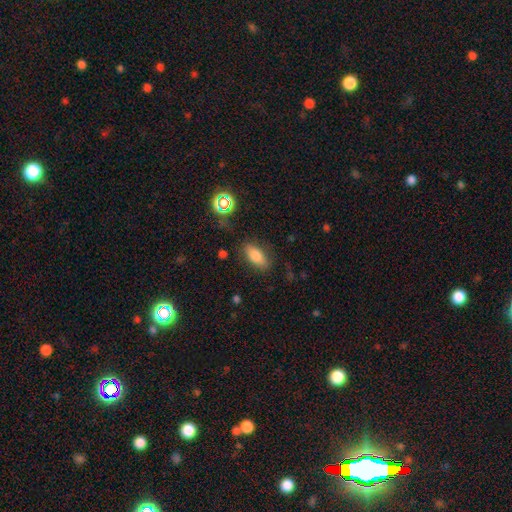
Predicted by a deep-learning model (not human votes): Overall: smooth (77%). How rounded: in between (84%). Merging: none (82%).